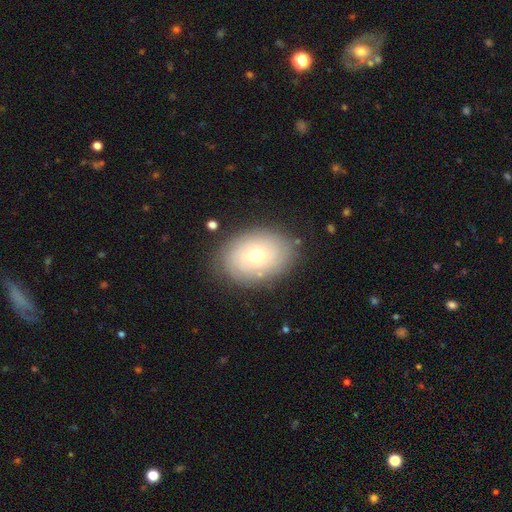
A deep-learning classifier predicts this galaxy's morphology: Smooth or featured: featured or disk — 48% (smooth — 43%)
Merging: none — 81% (minor disturbance — 13%)